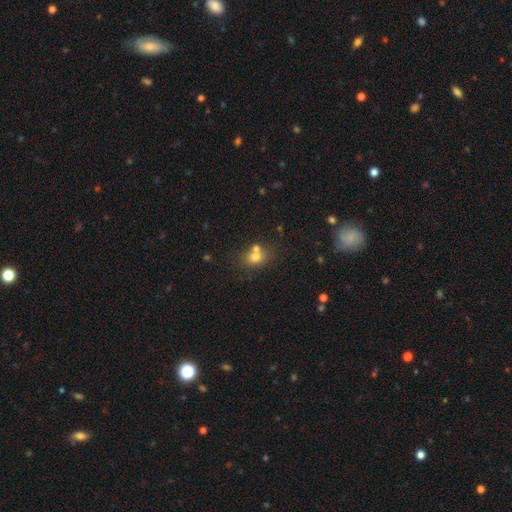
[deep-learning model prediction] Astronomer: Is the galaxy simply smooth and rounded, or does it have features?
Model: smooth — 72%.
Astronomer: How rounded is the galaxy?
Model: round — 56% (runner-up: in between, 42%).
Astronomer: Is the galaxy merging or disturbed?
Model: none — 47% (runner-up: merger, 39%).